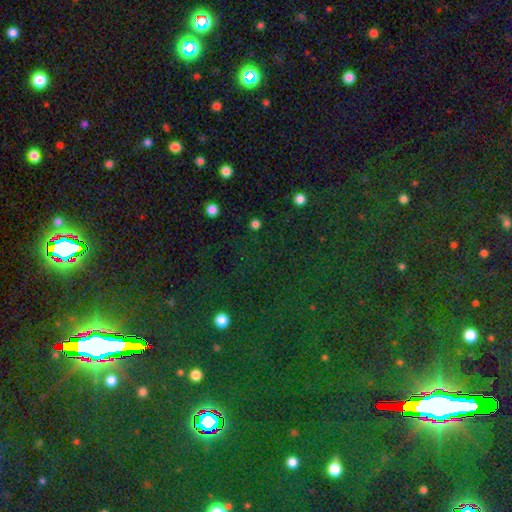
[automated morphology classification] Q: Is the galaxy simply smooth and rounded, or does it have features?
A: star or artifact — 80%.